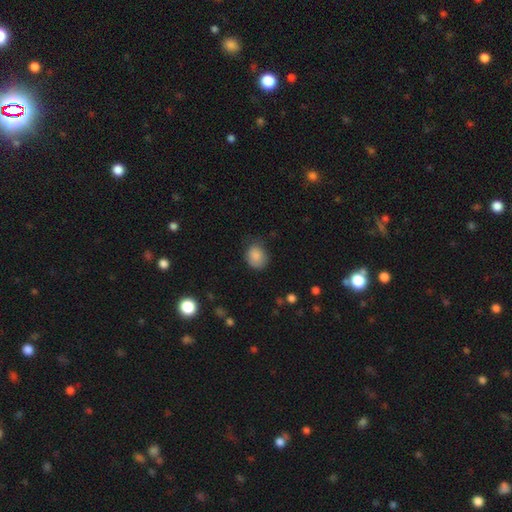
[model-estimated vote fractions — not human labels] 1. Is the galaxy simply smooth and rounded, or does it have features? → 86% smooth, 9% star or artifact, 6% featured or disk.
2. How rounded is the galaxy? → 54% round, 45% in between, 1% cigar-shaped.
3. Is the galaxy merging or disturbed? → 67% none, 26% minor disturbance, 6% major disturbance, 1% merger.